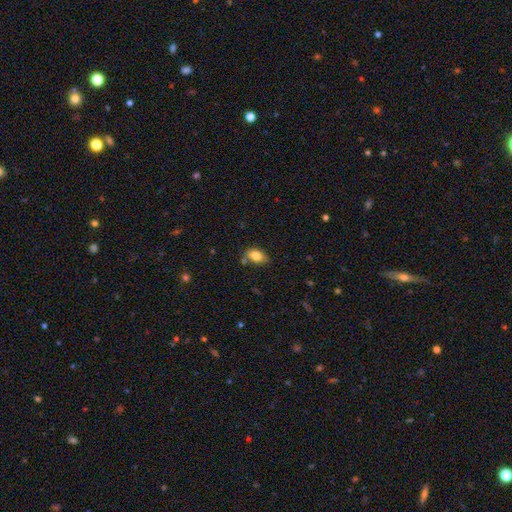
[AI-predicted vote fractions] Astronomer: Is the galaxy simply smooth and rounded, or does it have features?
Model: smooth — 81%.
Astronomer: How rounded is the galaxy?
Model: in between — 87%.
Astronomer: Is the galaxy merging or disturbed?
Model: none — 66%.